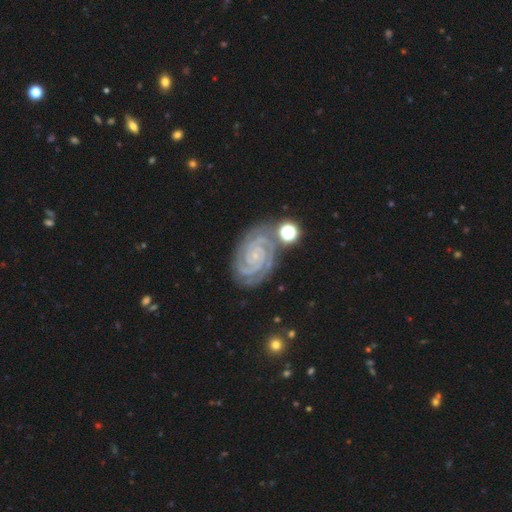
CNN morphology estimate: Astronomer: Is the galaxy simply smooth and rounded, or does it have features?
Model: featured or disk — 91%.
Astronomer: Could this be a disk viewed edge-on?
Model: no — 98%.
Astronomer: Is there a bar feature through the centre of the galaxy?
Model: no — 69%.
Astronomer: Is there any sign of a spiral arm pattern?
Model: yes — 99%.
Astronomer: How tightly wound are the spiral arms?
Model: tight — 84%.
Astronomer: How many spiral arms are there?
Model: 2 — 54%.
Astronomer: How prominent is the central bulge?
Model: small — 84%.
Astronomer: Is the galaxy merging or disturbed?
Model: none — 79%.